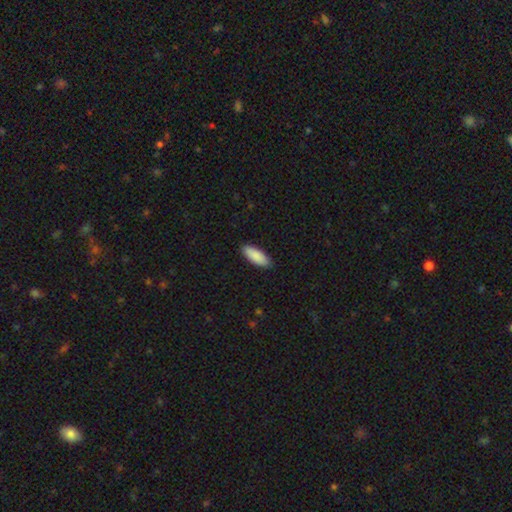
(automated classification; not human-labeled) Q: Smooth or featured?
A: smooth (90%); runner-up: star or artifact (5%)
Q: How rounded?
A: in between (74%); runner-up: cigar-shaped (24%)
Q: Merging?
A: none (89%); runner-up: minor disturbance (8%)